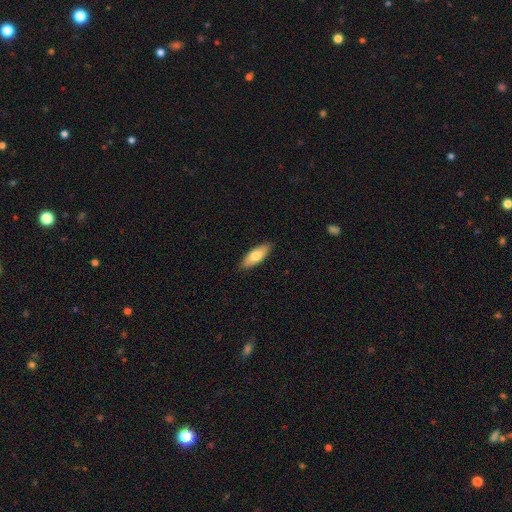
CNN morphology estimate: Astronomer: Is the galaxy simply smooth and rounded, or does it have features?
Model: smooth — 74%.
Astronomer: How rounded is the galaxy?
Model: in between — 70%.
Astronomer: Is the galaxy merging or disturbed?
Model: none — 88%.